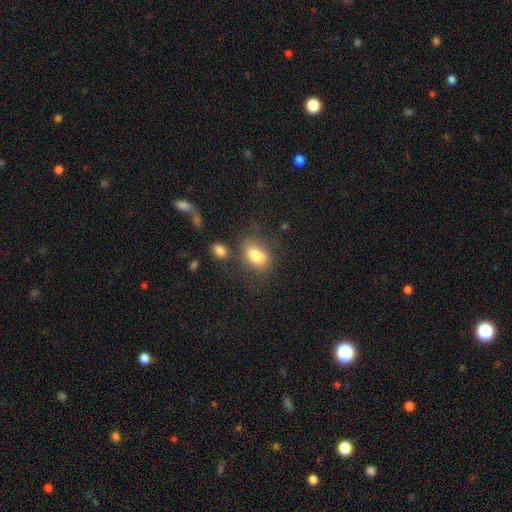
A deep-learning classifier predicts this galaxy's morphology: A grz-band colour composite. It shows a smooth galaxy with no disk features (79%) that is in between round and cigar-shaped (77%). Merging: none (65%).